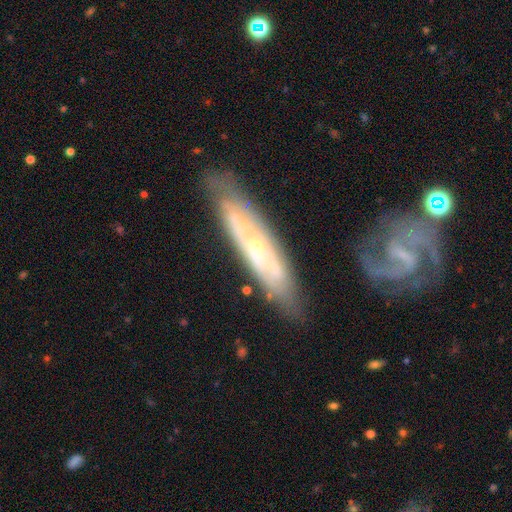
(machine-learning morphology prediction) The model was most divided on "edge-on disk": no: 62%, yes: 38%. More confident: merging — none (72%); smooth or featured — featured or disk (65%).